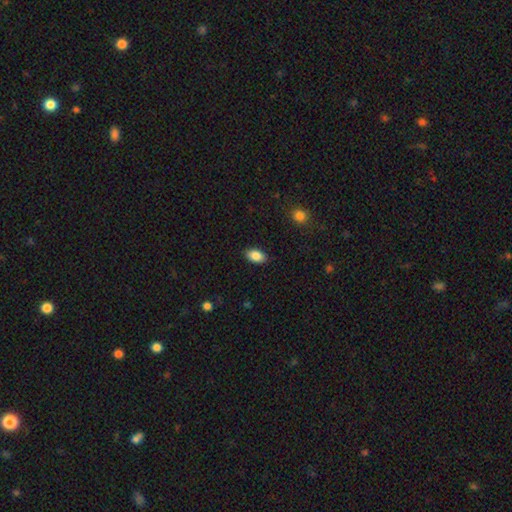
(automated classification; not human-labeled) Q: Smooth or featured?
A: smooth (87%); runner-up: star or artifact (7%)
Q: How rounded?
A: in between (92%); runner-up: round (6%)
Q: Merging?
A: none (89%); runner-up: minor disturbance (8%)